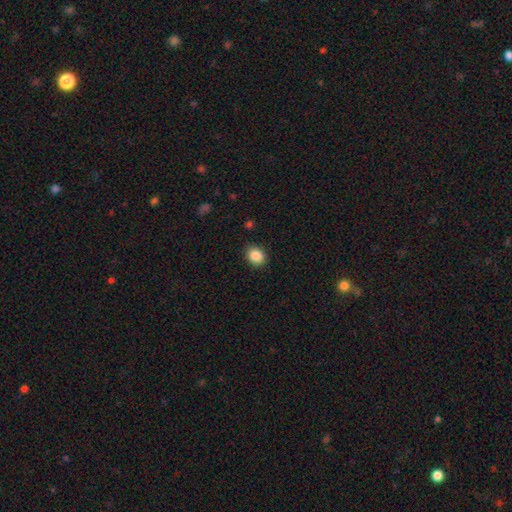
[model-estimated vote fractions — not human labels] A smooth galaxy with no disk features (87%) that is round (63%).

Vote fractions:
- Smooth or featured? smooth: 87% / star or artifact: 9% / featured or disk: 4%
- How rounded? round: 63% / in between: 36% / cigar-shaped: 1%
- Merging? none: 89% / minor disturbance: 8% / major disturbance: 2% / merger: 1%